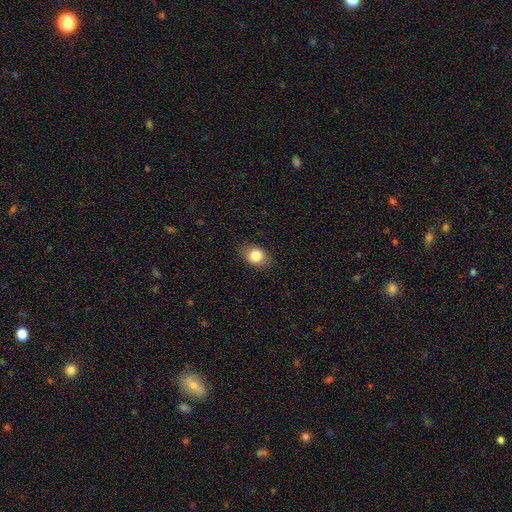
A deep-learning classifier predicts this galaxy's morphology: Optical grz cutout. It shows a smooth galaxy with no disk features (82%) that is in between round and cigar-shaped (76%). Merging: none (83%).